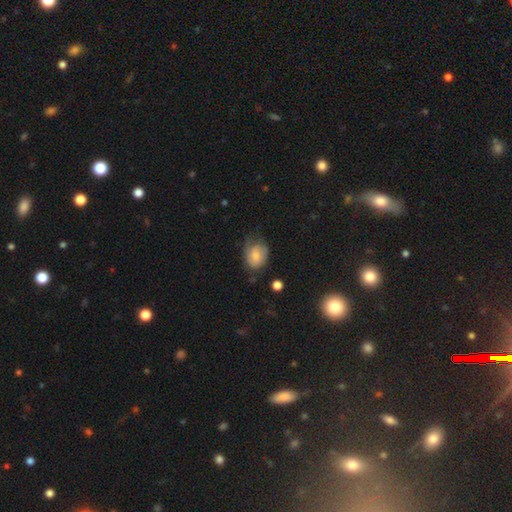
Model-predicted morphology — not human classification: This appears to be a smooth galaxy with no disk features (67%) that is in between round and cigar-shaped (57%). Merging: none (48%).